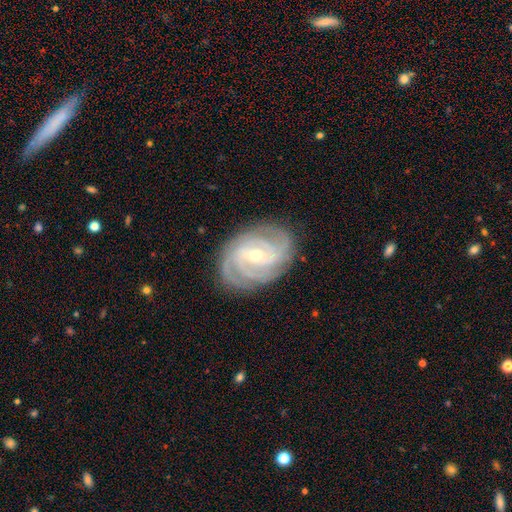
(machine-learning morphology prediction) The model was most divided on "spiral arm count": 3: 32%, 4: 29%, can't tell: 14%, 2: 13%, more than 4: 6%, 1: 6%. Remaining: spiral arms — yes (98%); edge-on disk — no (97%); smooth or featured — featured or disk (91%); merging — none (82%); spiral winding — tight (69%); bulge size — small (59%); bar — weak (47%).